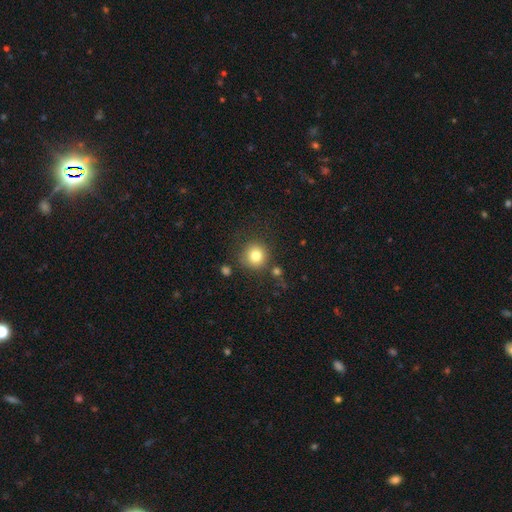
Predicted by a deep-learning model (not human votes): Q: Smooth or featured?
A: smooth (80%); runner-up: star or artifact (12%)
Q: How rounded?
A: round (93%); runner-up: in between (6%)
Q: Merging?
A: none (80%); runner-up: minor disturbance (11%)